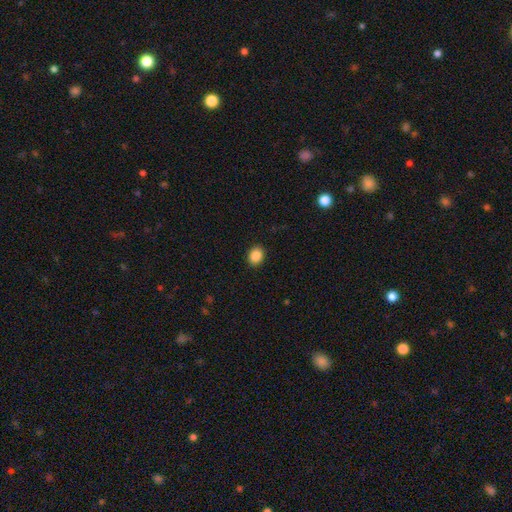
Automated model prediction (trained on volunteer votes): Smooth or featured? Predicted: smooth (p=0.88). How rounded? Predicted: round (p=0.50). Merging? Predicted: none (p=0.91).